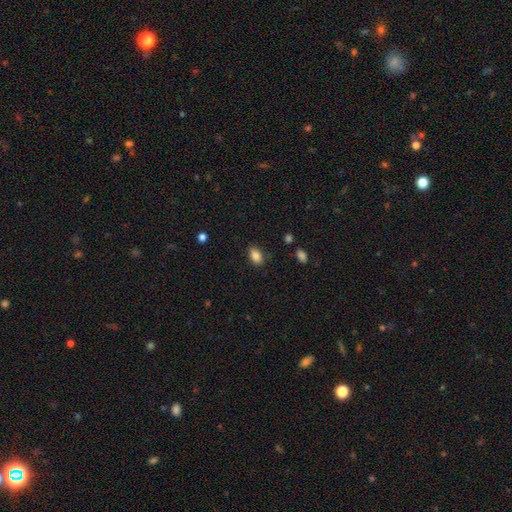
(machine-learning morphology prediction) This is clearly a smooth galaxy (86%). How rounded: clearly in between (91%). Merging: clearly none (83%).